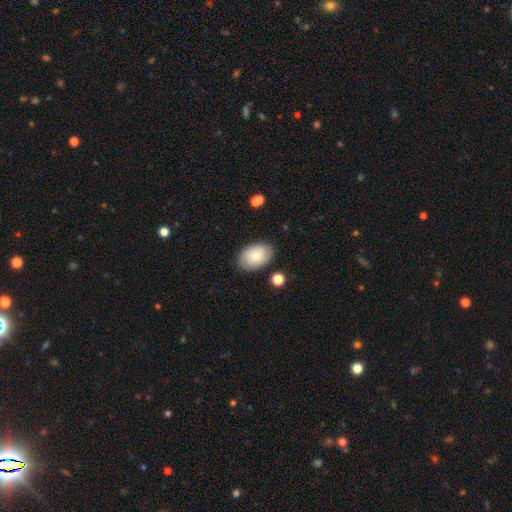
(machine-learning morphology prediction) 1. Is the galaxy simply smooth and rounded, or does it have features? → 78% smooth, 15% featured or disk, 7% star or artifact.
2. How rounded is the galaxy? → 88% in between, 11% round, 1% cigar-shaped.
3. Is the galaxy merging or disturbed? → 83% none, 12% minor disturbance, 3% major disturbance, 2% merger.